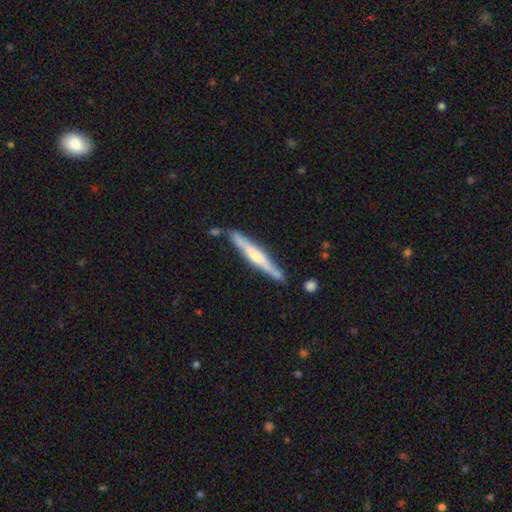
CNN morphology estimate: Smooth or featured? featured or disk (60%)
Edge-on disk? yes (95%)
Edge-on bulge? rounded (67%)
Merging? none (79%)